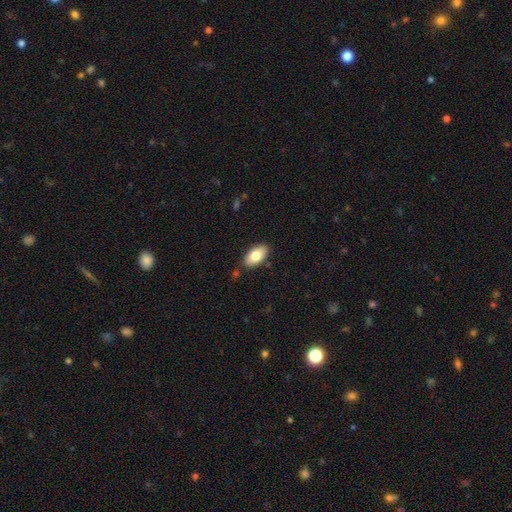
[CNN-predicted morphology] smooth-or-featured: smooth: 80% | featured or disk: 14% | star or artifact: 7%
  how-rounded: in between: 94% | round: 3% | cigar-shaped: 3%
  merging: none: 84% | minor disturbance: 11% | merger: 3% | major disturbance: 2%